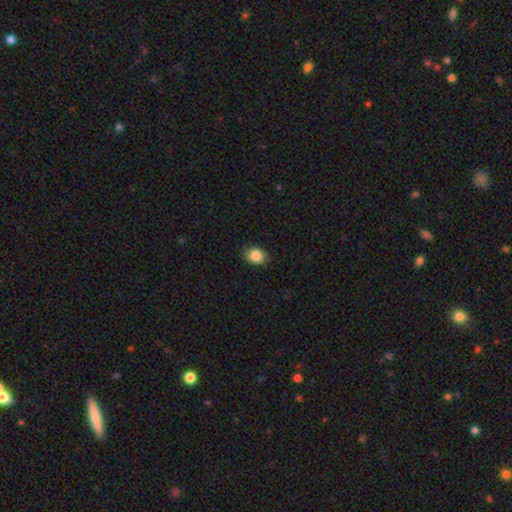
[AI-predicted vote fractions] Overall: smooth (85%). How rounded: in between (60%; round 39%). Merging: none (85%).